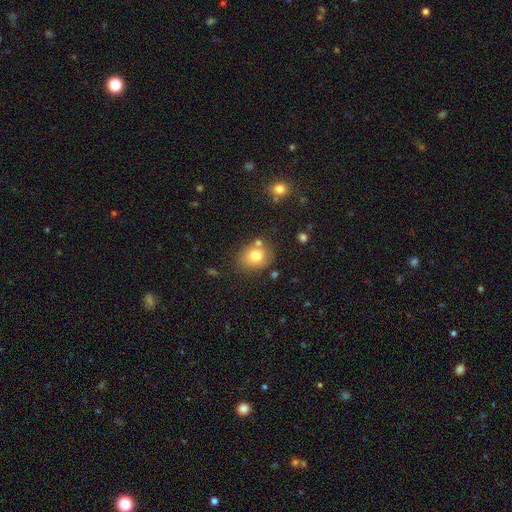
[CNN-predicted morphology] Overall: smooth (77%). How rounded: round (65%; in between 34%). Merging: none (69%).